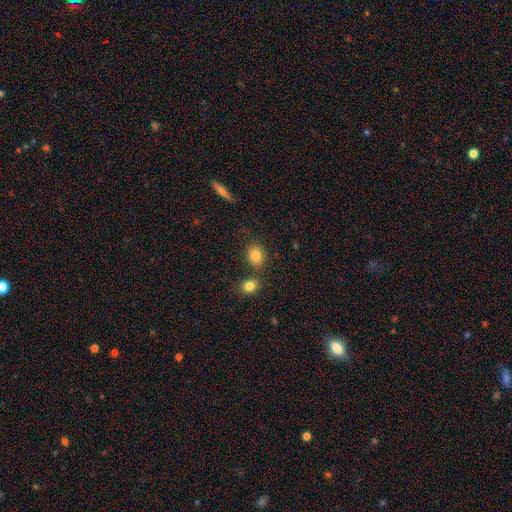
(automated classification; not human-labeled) The model was most divided on "how rounded": round: 55%, in between: 43%, cigar-shaped: 1%. More confident: smooth or featured — smooth (82%); merging — none (71%).